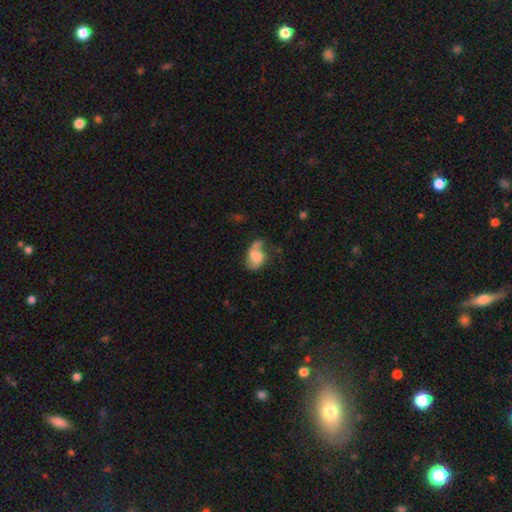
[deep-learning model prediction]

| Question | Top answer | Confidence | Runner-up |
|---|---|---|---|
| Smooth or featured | smooth | 60% | featured or disk (32%) |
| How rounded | in between | 78% | round (20%) |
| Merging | none | 36% | minor disturbance (31%) |